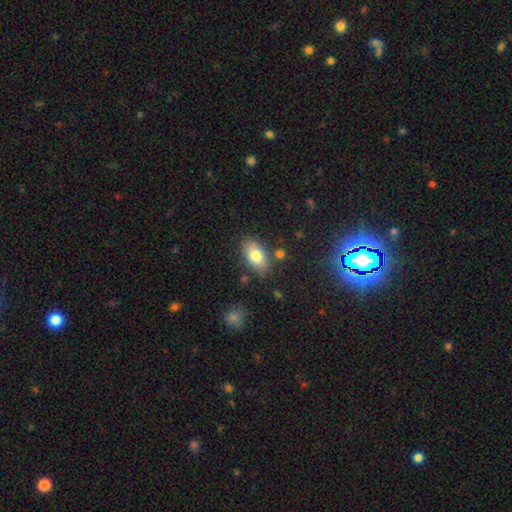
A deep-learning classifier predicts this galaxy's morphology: A smooth galaxy with no disk features (80%) that is in between round and cigar-shaped (91%). Merging: none (78%).